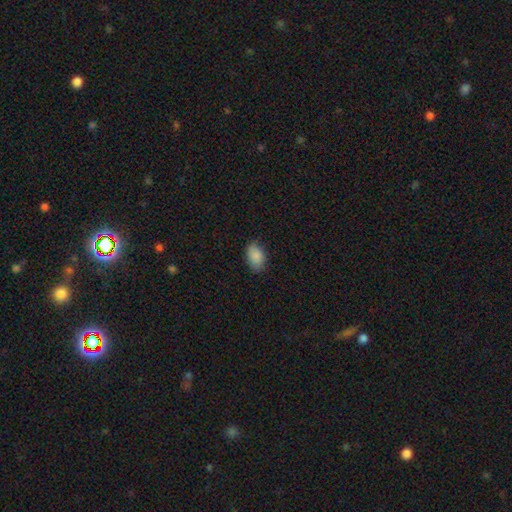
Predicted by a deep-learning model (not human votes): smooth 87%, star or artifact 7%, featured or disk 5%. Down the decision tree: how rounded — in between (88%); merging — none (78%).